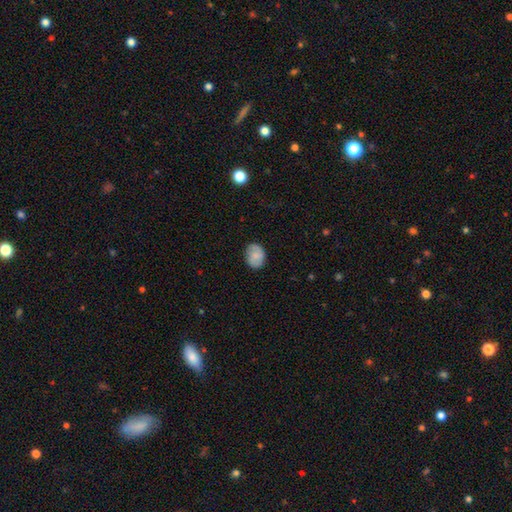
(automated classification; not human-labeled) Q: Smooth or featured?
A: smooth (66%); runner-up: featured or disk (26%)
Q: How rounded?
A: in between (58%); runner-up: round (41%)
Q: Merging?
A: none (80%); runner-up: minor disturbance (15%)